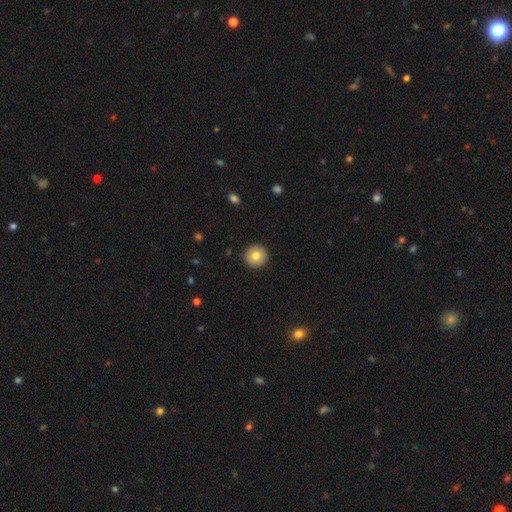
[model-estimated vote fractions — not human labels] smooth 80%, featured or disk 12%, star or artifact 8%. Down the decision tree: how rounded — round (96%); merging — none (93%).